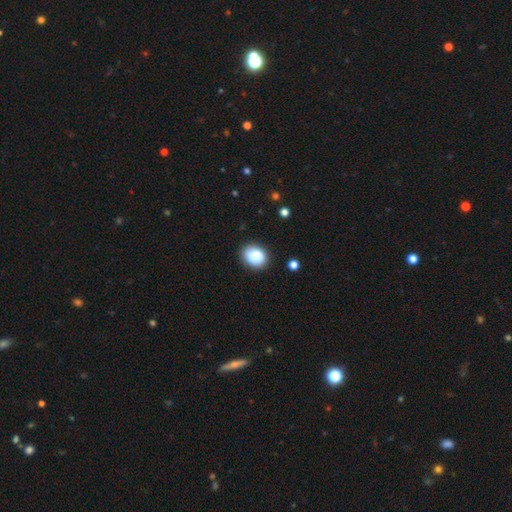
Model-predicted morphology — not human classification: smooth 82%, featured or disk 9%, star or artifact 9%. Down the decision tree: how rounded — in between (57%); merging — none (82%).